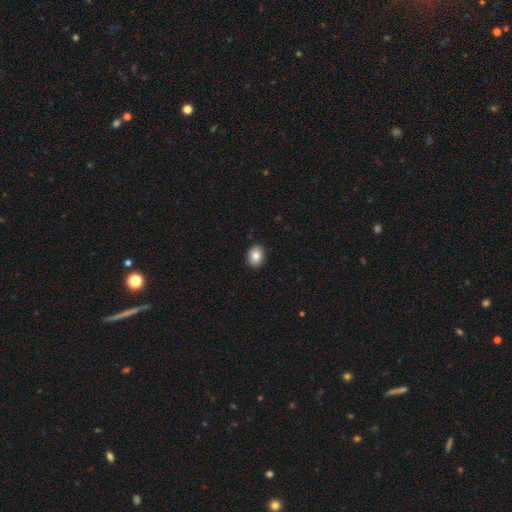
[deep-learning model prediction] smooth 86%, star or artifact 8%, featured or disk 6%. Down the decision tree: how rounded — in between (62%); merging — none (91%).